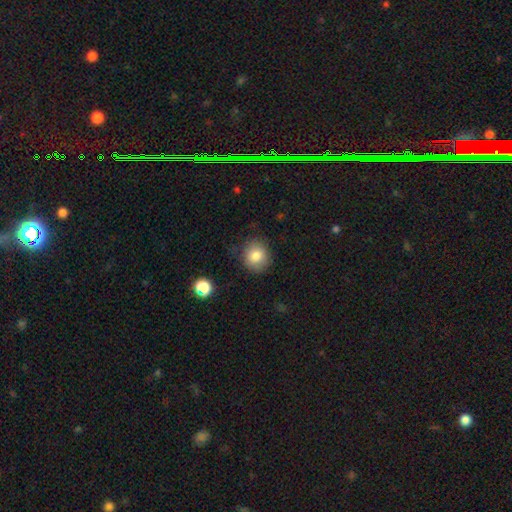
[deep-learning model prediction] Smooth or featured? smooth (82%)
How rounded? round (79%)
Merging? none (81%)